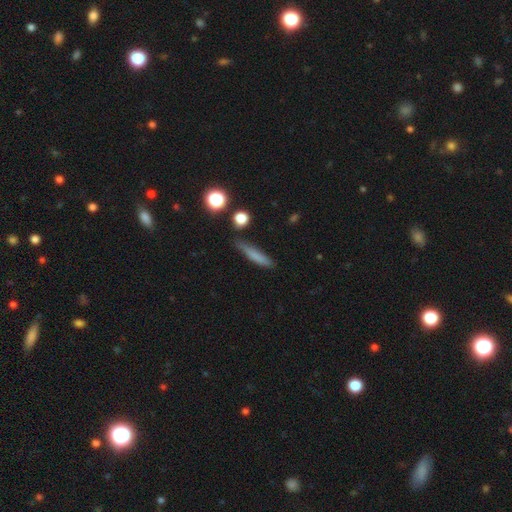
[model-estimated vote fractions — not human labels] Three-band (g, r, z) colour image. It shows a smooth galaxy with no disk features (74%) that is cigar-shaped (86%). Merging: none (77%).